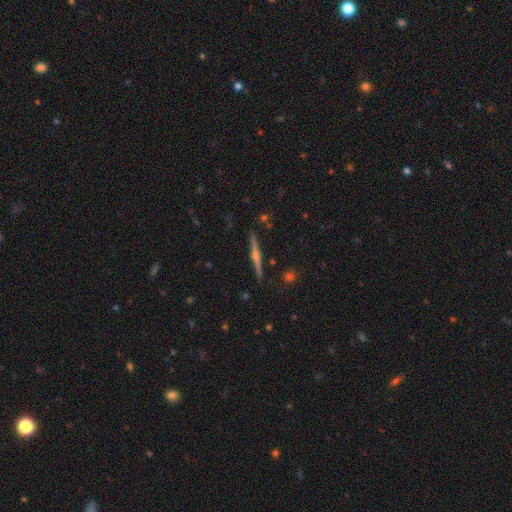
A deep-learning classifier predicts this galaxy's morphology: featured or disk 78%, smooth 16%, star or artifact 6%. Down the decision tree: edge-on disk — yes (98%); edge-on bulge — rounded (86%); merging — none (91%).